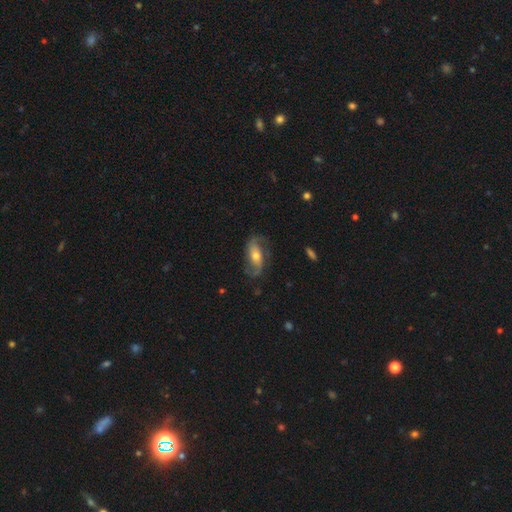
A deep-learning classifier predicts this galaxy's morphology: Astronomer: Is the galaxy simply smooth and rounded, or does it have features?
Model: featured or disk — 80%.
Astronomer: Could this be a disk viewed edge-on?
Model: no — 94%.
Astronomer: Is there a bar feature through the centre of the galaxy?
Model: no — 45% (runner-up: weak, 33%).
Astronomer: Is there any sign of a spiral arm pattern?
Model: yes — 94%.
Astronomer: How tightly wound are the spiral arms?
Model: loose — 53% (runner-up: medium, 35%).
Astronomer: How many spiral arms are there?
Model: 2 — 90%.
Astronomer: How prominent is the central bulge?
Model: moderate — 60%.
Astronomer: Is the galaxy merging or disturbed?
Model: none — 73%.